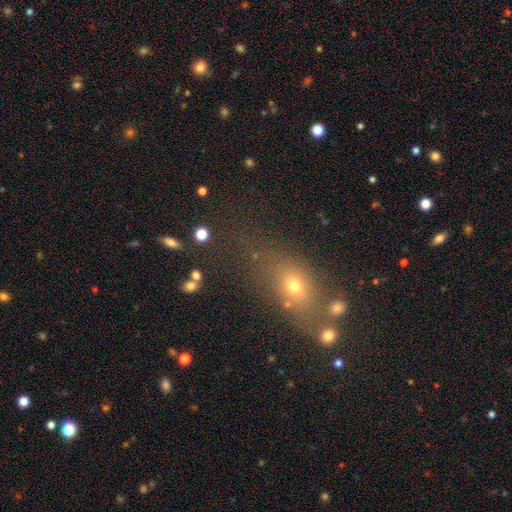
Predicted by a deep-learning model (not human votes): This is possibly a smooth galaxy (53%). How rounded: possibly in between (52%). Merging: likely none (64%).